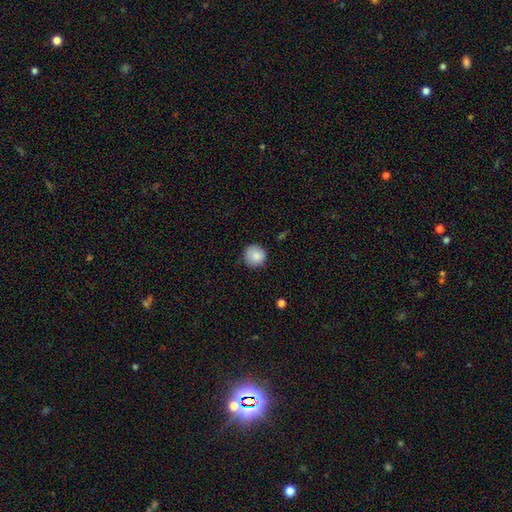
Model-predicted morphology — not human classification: Smooth or featured: smooth — 86% (star or artifact — 9%)
How rounded: round — 94% (in between — 5%)
Merging: none — 83% (minor disturbance — 14%)